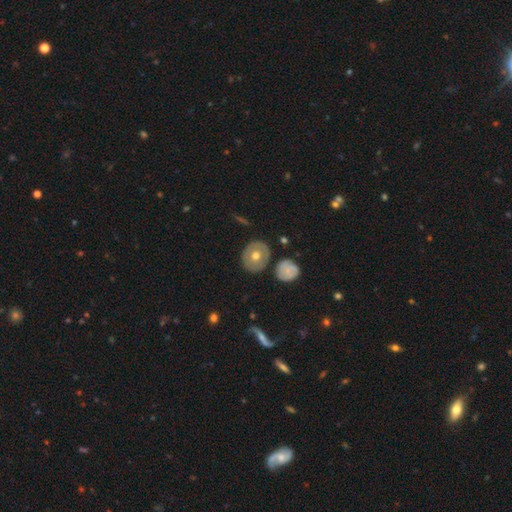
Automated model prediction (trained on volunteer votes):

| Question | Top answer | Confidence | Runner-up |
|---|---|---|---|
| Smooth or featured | smooth | 55% | featured or disk (38%) |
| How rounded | round | 63% | in between (36%) |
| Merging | none | 82% | minor disturbance (11%) |